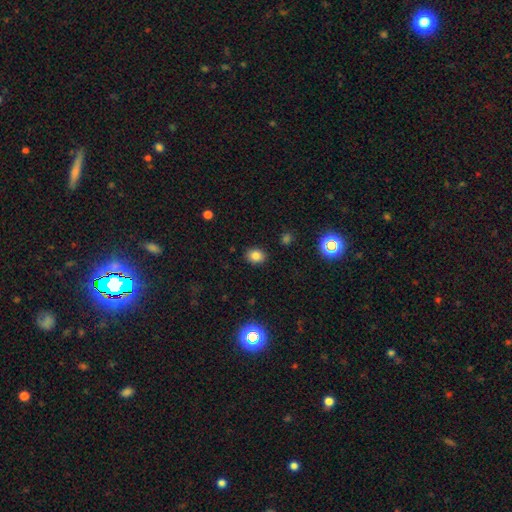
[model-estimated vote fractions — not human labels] smooth 81%, star or artifact 13%, featured or disk 6%. Down the decision tree: how rounded — round (51%); merging — none (88%).